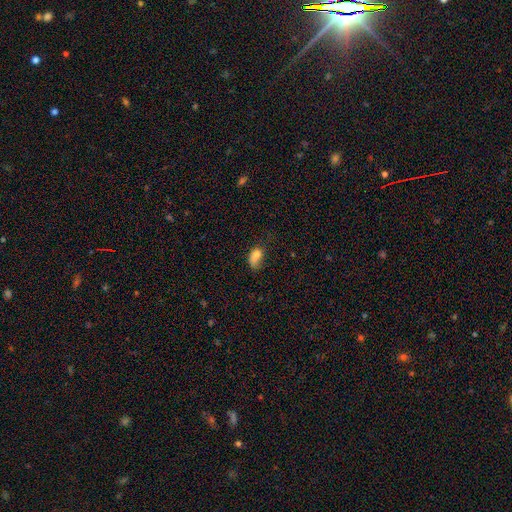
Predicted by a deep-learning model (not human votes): Smooth or featured? Predicted: smooth (p=0.74). How rounded? Predicted: in between (p=0.83). Merging? Predicted: none (p=0.31).